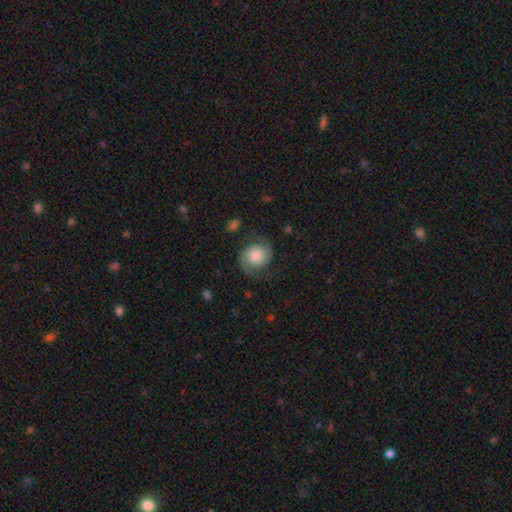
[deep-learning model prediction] Smooth or featured? featured or disk (78%)
Edge-on disk? no (98%)
Bar? no (76%)
Spiral arms? yes (97%)
Spiral winding? medium (48%)
Spiral arm count? 2 (94%)
Bulge size? moderate (45%)
Merging? none (77%)